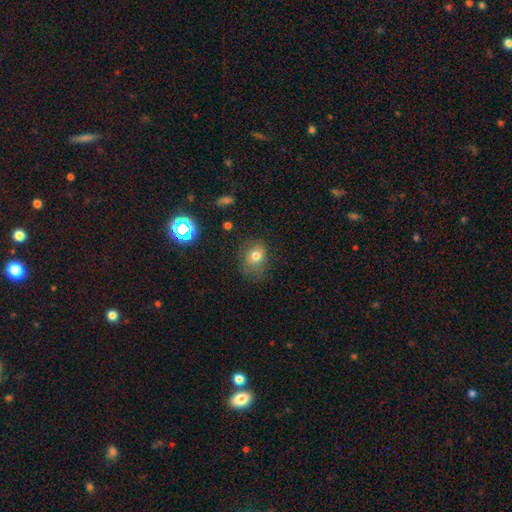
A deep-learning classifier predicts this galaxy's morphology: A smooth galaxy with no disk features (75%) that is round (52%). Merging: none (62%).